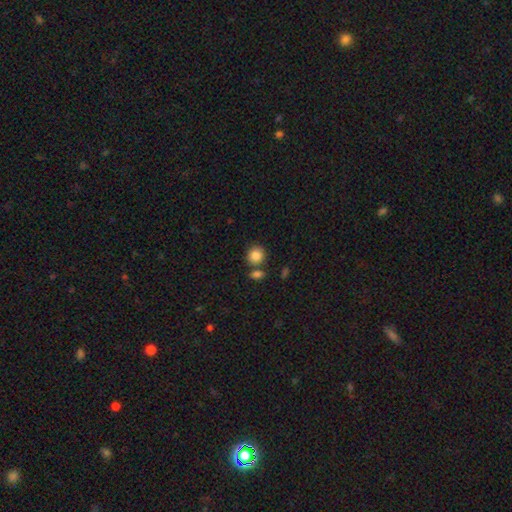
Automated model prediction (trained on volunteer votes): Q: Smooth or featured?
A: smooth (86%); runner-up: star or artifact (9%)
Q: How rounded?
A: round (80%); runner-up: in between (19%)
Q: Merging?
A: none (68%); runner-up: merger (18%)